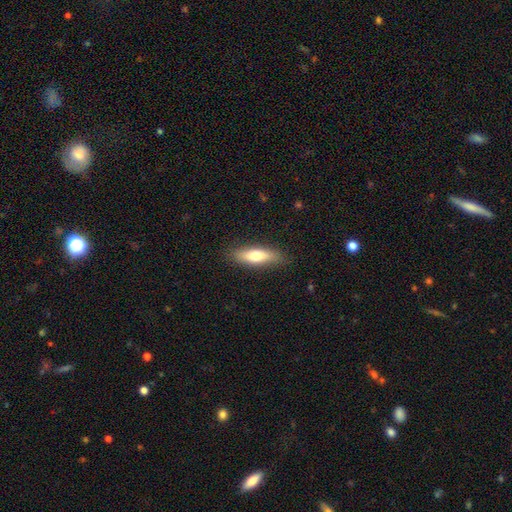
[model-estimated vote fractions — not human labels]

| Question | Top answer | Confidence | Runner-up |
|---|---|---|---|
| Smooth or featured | smooth | 66% | featured or disk (28%) |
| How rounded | cigar-shaped | 57% | in between (41%) |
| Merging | none | 86% | minor disturbance (11%) |